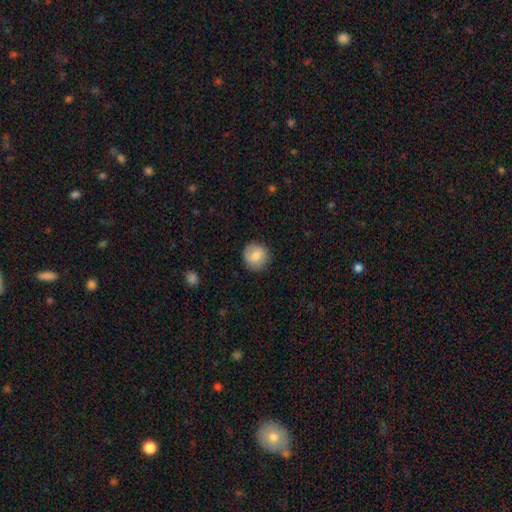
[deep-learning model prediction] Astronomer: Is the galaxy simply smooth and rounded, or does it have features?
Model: smooth — 83%.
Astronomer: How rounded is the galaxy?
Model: round — 90%.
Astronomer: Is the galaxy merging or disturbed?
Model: none — 87%.